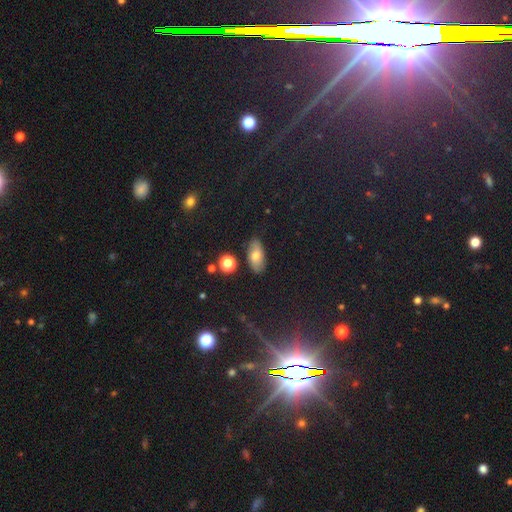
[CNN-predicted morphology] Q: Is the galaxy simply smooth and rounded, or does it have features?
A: smooth — 66%.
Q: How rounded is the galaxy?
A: in between — 86%.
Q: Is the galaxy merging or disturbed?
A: none — 82%.